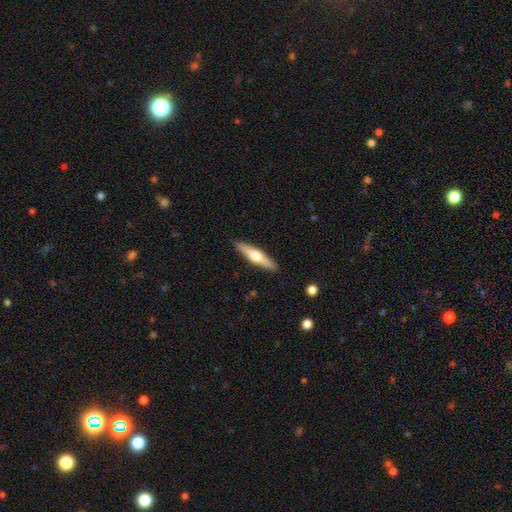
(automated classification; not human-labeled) Smooth or featured: featured or disk — 60% (smooth — 34%)
Edge-on disk: yes — 96% (no — 4%)
Edge-on bulge: rounded — 95% (none — 3%)
Merging: none — 91% (minor disturbance — 7%)